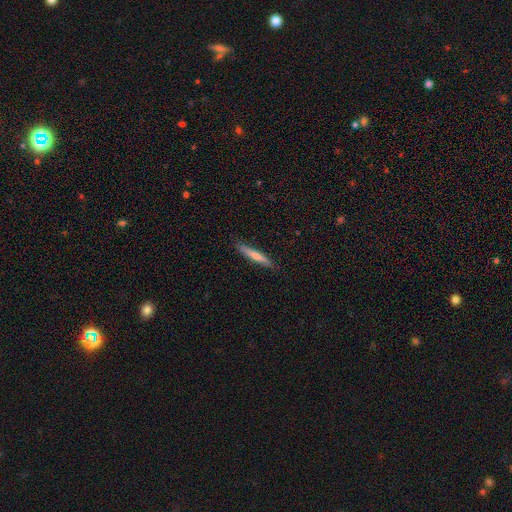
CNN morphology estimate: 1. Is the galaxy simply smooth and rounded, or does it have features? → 48% featured or disk, 45% smooth, 7% star or artifact.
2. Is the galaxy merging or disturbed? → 88% none, 9% minor disturbance, 2% major disturbance, 1% merger.